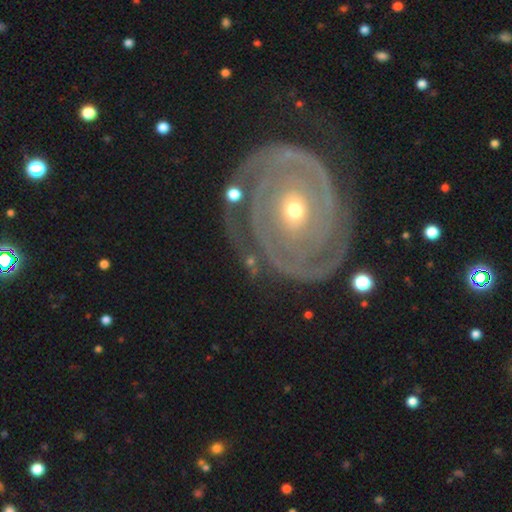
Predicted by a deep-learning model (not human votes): This appears to be a featured or disk galaxy (88%) with no bar (75%), 2 (49%) tight (84%) spiral arms (93%) and a small central bulge (62%). Merging: none (74%).